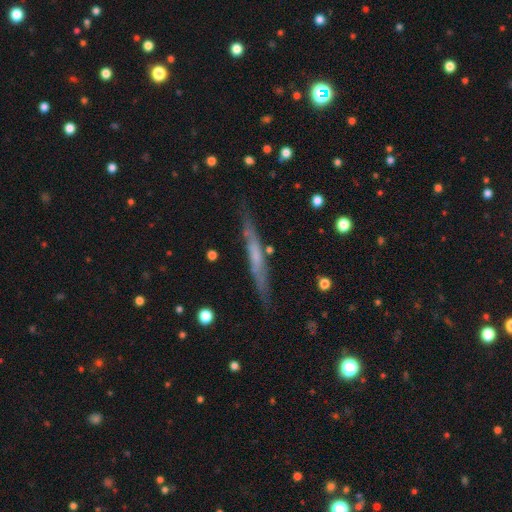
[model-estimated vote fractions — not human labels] A featured or disk galaxy (53%) viewed edge-on (91%). Merging: none (81%).